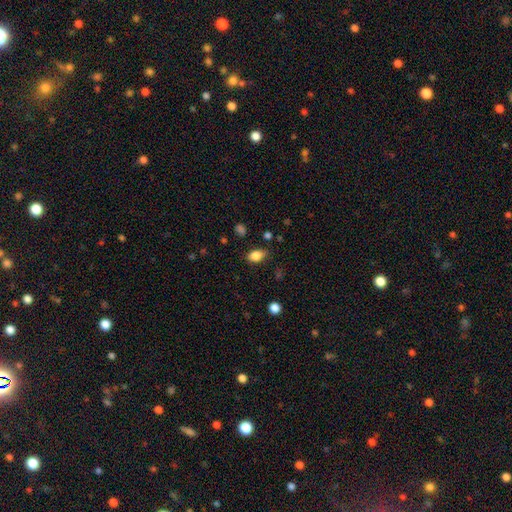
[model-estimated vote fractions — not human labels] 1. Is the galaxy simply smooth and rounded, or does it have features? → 85% smooth, 9% star or artifact, 6% featured or disk.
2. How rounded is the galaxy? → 84% in between, 14% round, 2% cigar-shaped.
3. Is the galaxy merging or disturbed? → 77% none, 17% minor disturbance, 4% major disturbance, 2% merger.